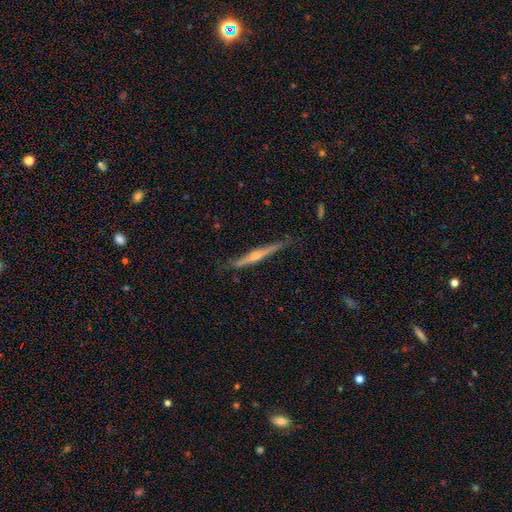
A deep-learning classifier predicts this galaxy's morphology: featured or disk 72%, smooth 23%, star or artifact 6%. Down the decision tree: edge-on disk — yes (97%); edge-on bulge — rounded (84%); merging — none (81%).